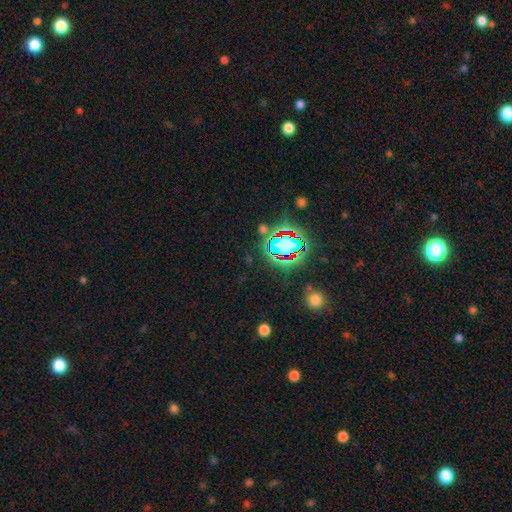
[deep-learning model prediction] This is likely a star or artifact rather than a galaxy (79%).